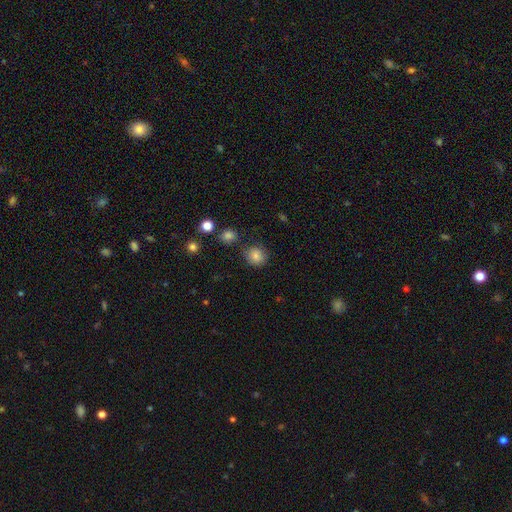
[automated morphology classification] This appears to be a smooth galaxy with no disk features (83%) that is round (85%). Merging: none (79%).